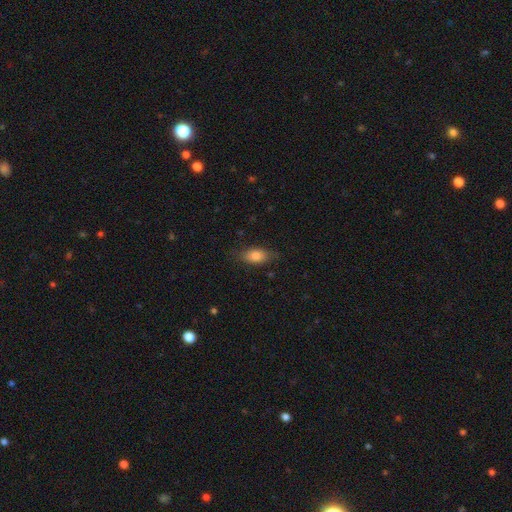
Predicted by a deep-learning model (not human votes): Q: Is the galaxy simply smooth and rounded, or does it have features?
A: smooth — 82%.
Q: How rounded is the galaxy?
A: in between — 85%.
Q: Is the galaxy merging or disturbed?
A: none — 77%.